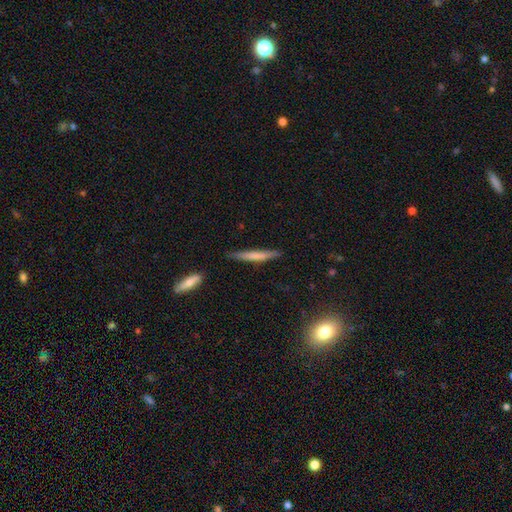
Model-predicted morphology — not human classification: Smooth or featured: smooth — 64% (featured or disk — 31%)
How rounded: cigar-shaped — 95% (in between — 4%)
Merging: none — 85% (minor disturbance — 12%)